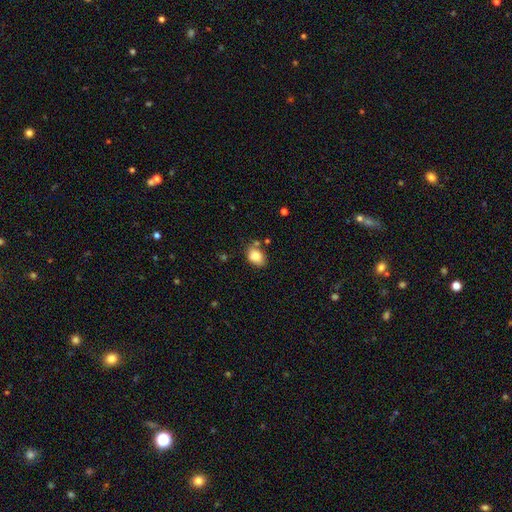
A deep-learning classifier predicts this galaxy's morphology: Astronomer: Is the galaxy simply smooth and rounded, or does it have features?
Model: smooth — 83%.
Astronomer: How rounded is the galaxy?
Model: in between — 77%.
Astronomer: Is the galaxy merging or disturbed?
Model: none — 69%.